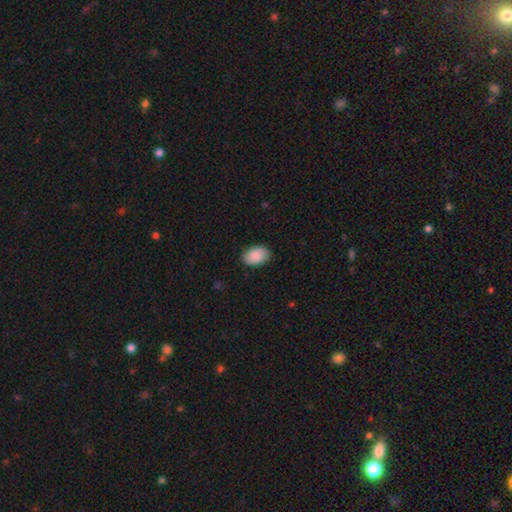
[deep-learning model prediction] smooth 90%, star or artifact 6%, featured or disk 4%. Down the decision tree: how rounded — in between (89%); merging — none (87%).